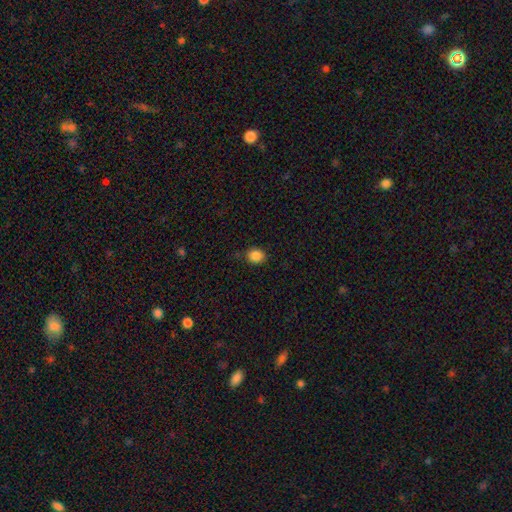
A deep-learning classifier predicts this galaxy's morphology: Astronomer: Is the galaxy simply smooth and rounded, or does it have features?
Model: smooth — 86%.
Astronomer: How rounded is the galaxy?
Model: round — 73%.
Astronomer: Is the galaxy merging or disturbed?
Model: none — 83%.